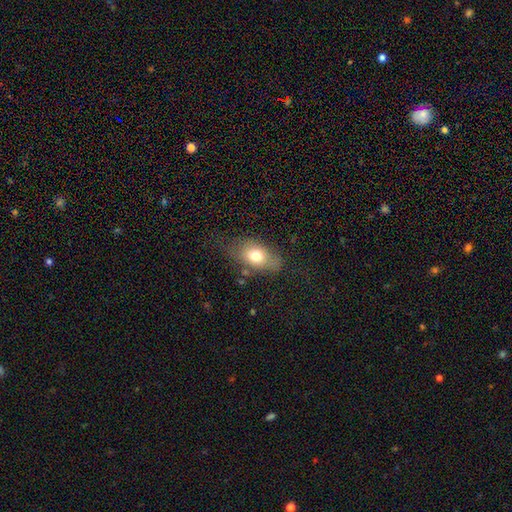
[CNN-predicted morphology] type=smooth (72%); roundness=in between (85%); merging=none (56%).